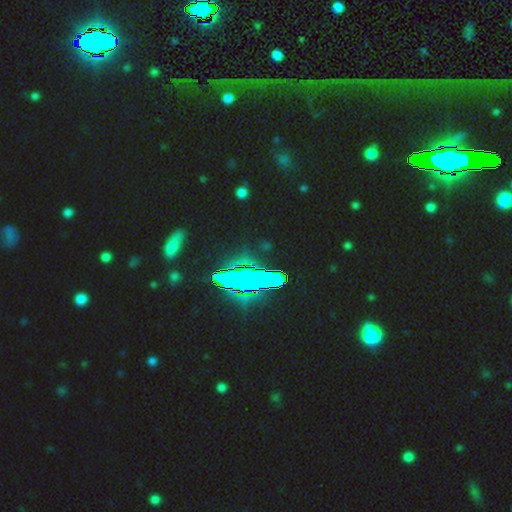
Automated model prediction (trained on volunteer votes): A star or artifact, not a galaxy (74%).